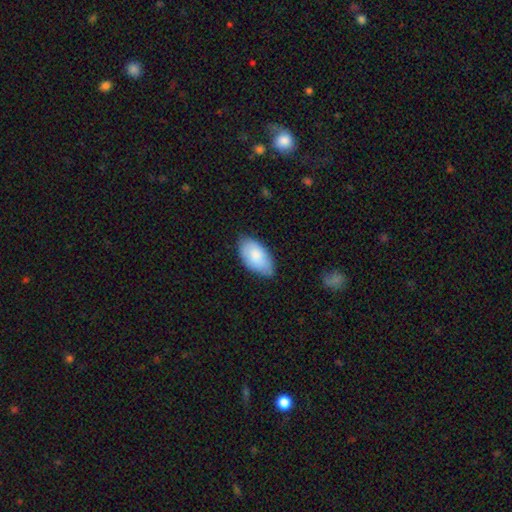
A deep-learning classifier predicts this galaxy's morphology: smooth 81%, featured or disk 13%, star or artifact 6%. Down the decision tree: how rounded — in between (96%); merging — none (71%).